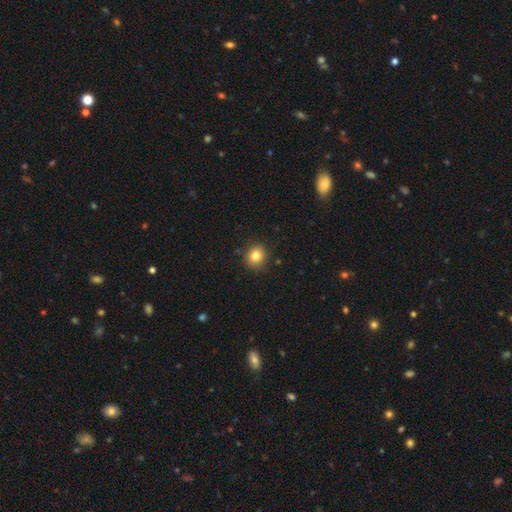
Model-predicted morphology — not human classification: Overall: smooth (83%). How rounded: round (85%). Merging: none (86%).